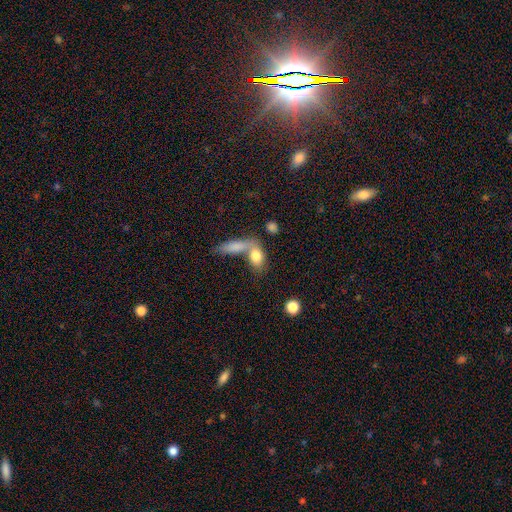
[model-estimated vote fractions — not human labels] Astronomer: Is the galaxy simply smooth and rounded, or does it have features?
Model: smooth — 79%.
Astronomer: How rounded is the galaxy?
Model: in between — 77%.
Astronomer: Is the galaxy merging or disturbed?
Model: merger — 47% (runner-up: none, 37%).